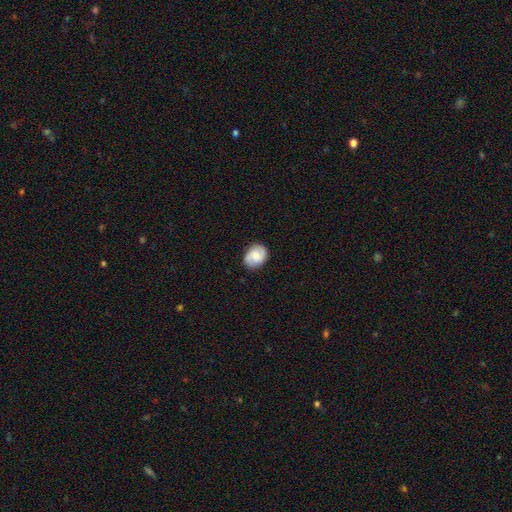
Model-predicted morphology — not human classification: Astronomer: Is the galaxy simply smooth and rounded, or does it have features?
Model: smooth — 51% (runner-up: featured or disk, 41%).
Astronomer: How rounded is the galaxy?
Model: in between — 57% (runner-up: round, 42%).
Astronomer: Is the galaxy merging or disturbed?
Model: none — 84%.